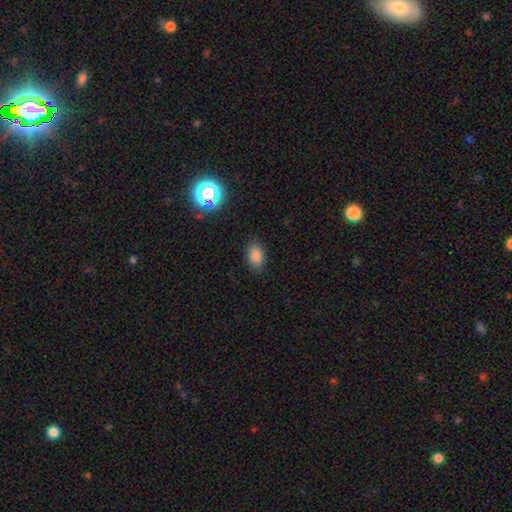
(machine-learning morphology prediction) Smooth or featured: smooth — 82% (star or artifact — 12%)
How rounded: in between — 88% (round — 11%)
Merging: none — 85% (minor disturbance — 11%)